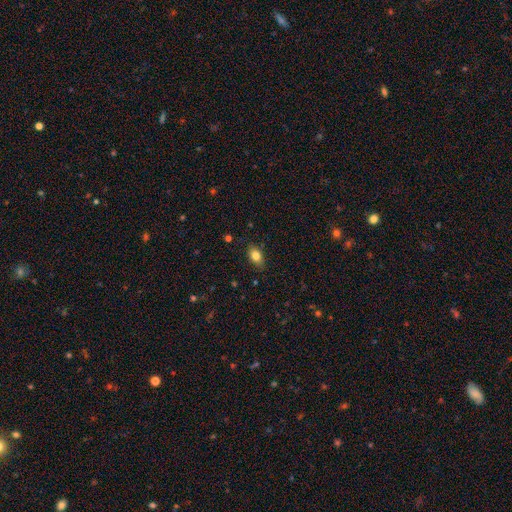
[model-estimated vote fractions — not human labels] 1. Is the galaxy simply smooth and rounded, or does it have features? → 83% smooth, 9% star or artifact, 8% featured or disk.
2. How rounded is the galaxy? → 82% in between, 15% round, 2% cigar-shaped.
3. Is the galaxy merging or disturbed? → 82% none, 14% minor disturbance, 3% major disturbance, 1% merger.